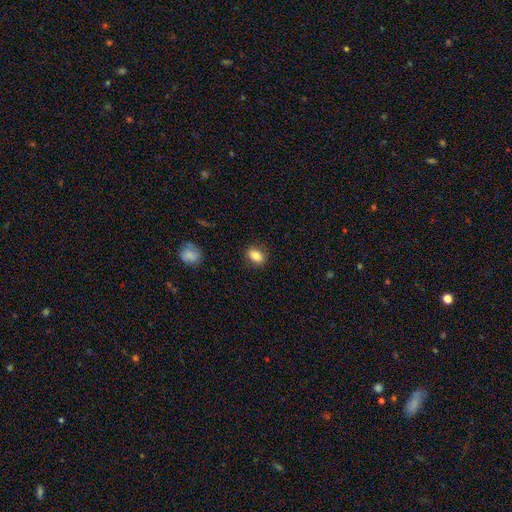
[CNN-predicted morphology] smooth 82%, featured or disk 9%, star or artifact 9%. Down the decision tree: how rounded — in between (79%); merging — none (85%).